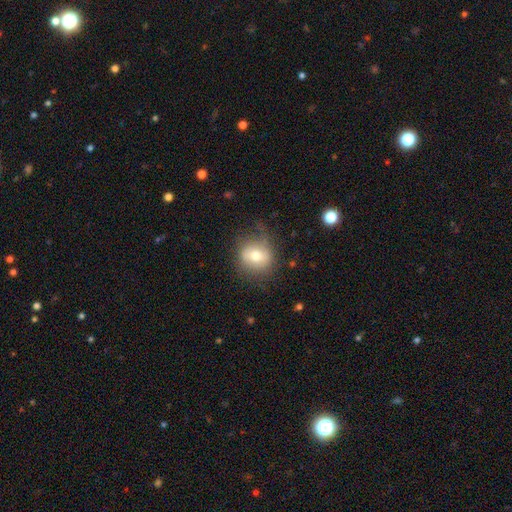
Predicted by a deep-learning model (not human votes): Overall: smooth (68%). How rounded: round (78%). Merging: none (64%; minor disturbance 24%).